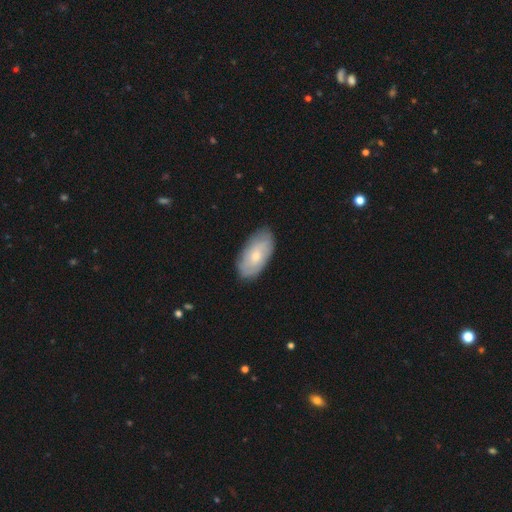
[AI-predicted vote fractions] Smooth or featured: smooth — 55% (featured or disk — 39%)
How rounded: in between — 93% (cigar-shaped — 4%)
Merging: none — 81% (minor disturbance — 15%)